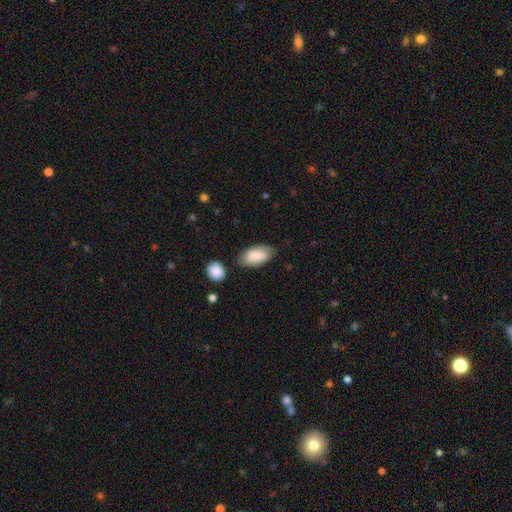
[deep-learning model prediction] Smooth or featured? smooth (81%)
How rounded? in between (93%)
Merging? none (70%)